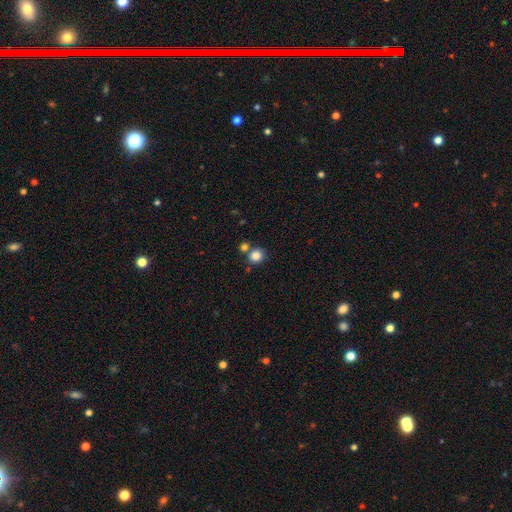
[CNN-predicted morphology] This appears to be a smooth galaxy with no disk features (84%) that is round (85%). Merging: none (66%).